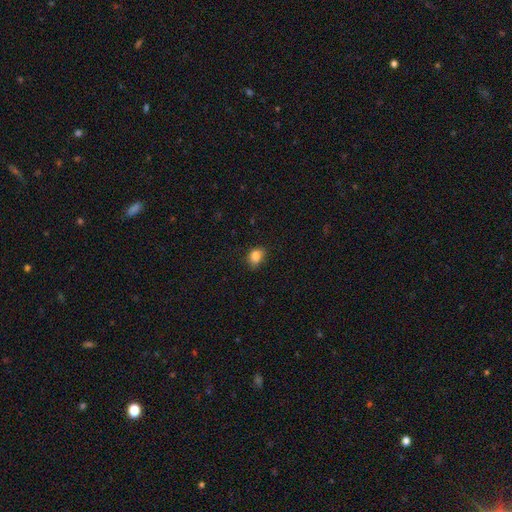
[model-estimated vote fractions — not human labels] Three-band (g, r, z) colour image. It shows a smooth galaxy with no disk features (84%) that is in between round and cigar-shaped (56%). Merging: none (73%).